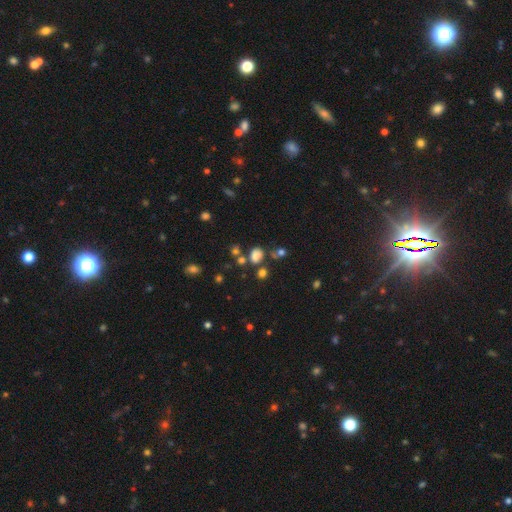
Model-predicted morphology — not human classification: smooth 70%, star or artifact 21%, featured or disk 9%. Down the decision tree: how rounded — round (49%, tied with in between); merging — none (58%).